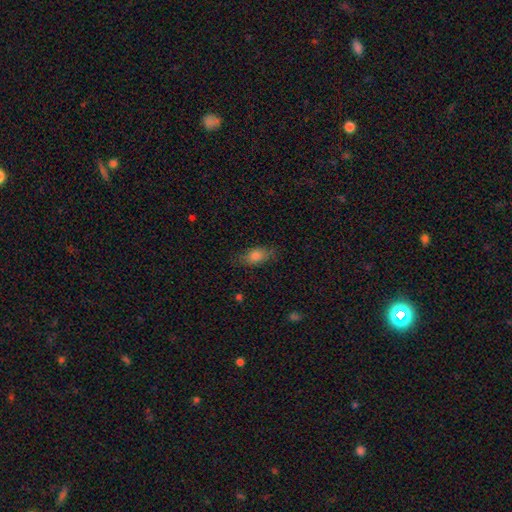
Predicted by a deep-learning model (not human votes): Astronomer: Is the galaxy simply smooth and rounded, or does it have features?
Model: smooth — 76%.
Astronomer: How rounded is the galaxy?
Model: in between — 82%.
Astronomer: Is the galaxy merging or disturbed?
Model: none — 77%.